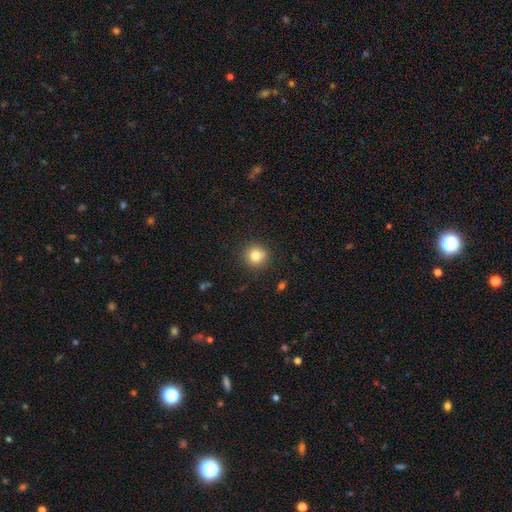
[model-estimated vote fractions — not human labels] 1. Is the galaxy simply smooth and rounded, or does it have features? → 83% smooth, 11% star or artifact, 7% featured or disk.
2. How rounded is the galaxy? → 92% round, 7% in between, 1% cigar-shaped.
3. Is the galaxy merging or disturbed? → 90% none, 7% minor disturbance, 2% major disturbance, 1% merger.